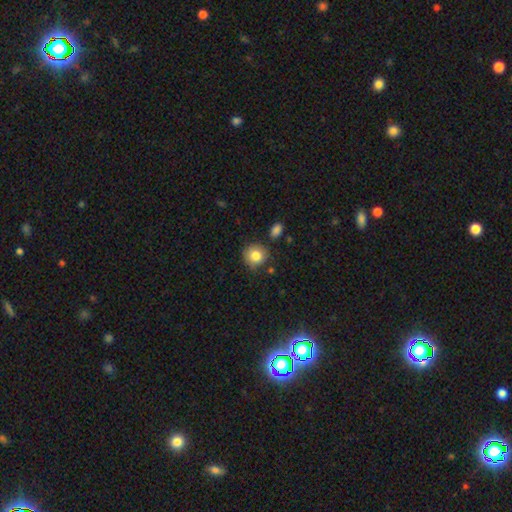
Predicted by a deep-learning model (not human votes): Overall: smooth (83%). How rounded: round (88%). Merging: none (80%).